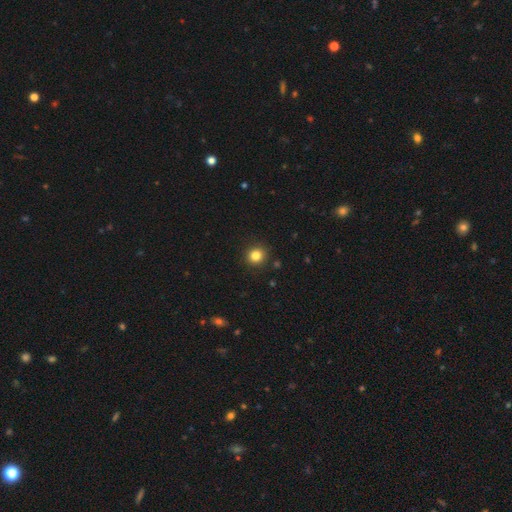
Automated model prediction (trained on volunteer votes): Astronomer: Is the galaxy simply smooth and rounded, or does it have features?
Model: smooth — 83%.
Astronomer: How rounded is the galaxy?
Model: round — 91%.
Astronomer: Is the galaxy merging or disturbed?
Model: none — 91%.